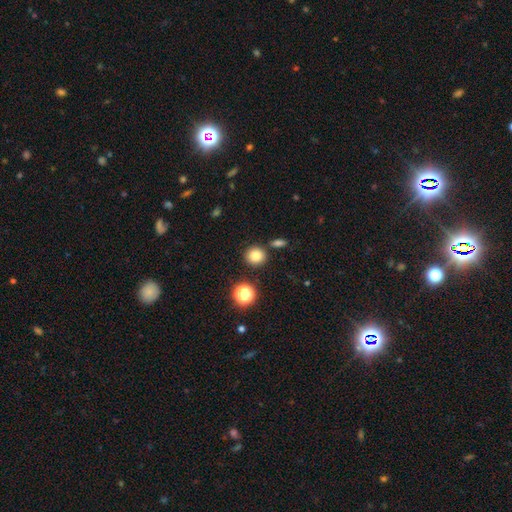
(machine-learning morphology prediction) type=smooth (81%); roundness=round (88%); merging=none (84%).